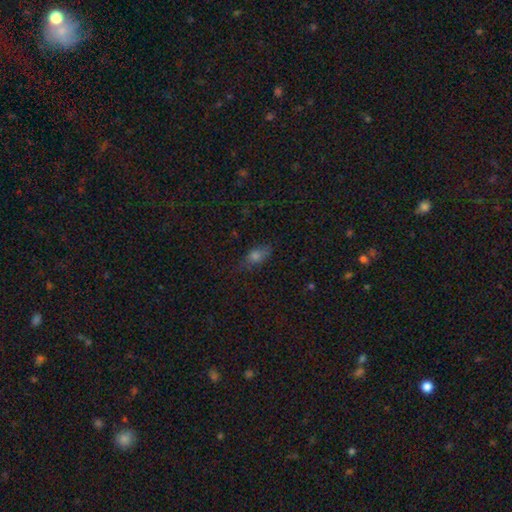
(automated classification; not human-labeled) A smooth galaxy with no disk features (67%) that is in between round and cigar-shaped (76%).

Vote fractions:
- Smooth or featured? smooth: 67% / featured or disk: 17% / star or artifact: 16%
- How rounded? in between: 76% / cigar-shaped: 14% / round: 10%
- Merging? none: 73% / minor disturbance: 20% / major disturbance: 5% / merger: 2%